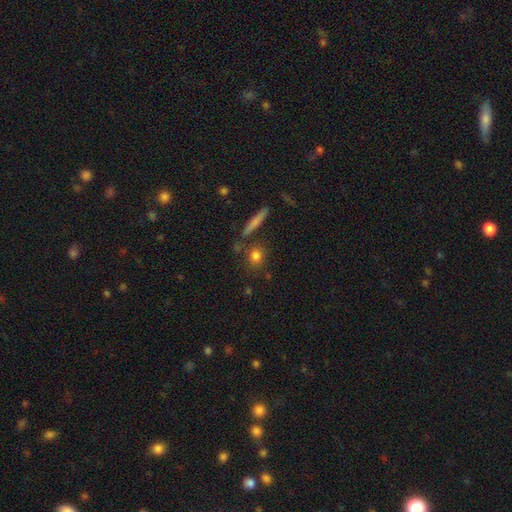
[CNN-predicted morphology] A smooth galaxy with no disk features (78%) that is round (67%). Merging: none (73%).